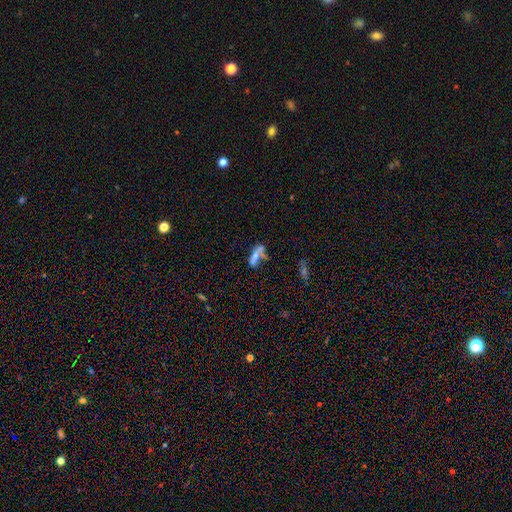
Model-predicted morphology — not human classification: This is possibly a smooth galaxy (52%). How rounded: possibly in between (55%). Merging: marginally merger (41%).